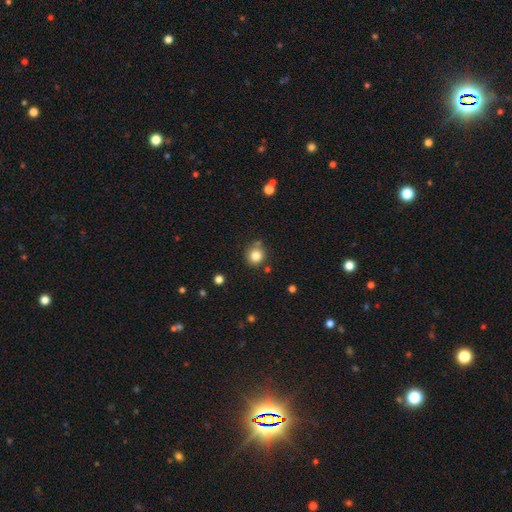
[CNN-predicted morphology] Q: Smooth or featured?
A: smooth (82%); runner-up: star or artifact (12%)
Q: How rounded?
A: round (89%); runner-up: in between (10%)
Q: Merging?
A: none (77%); runner-up: minor disturbance (12%)